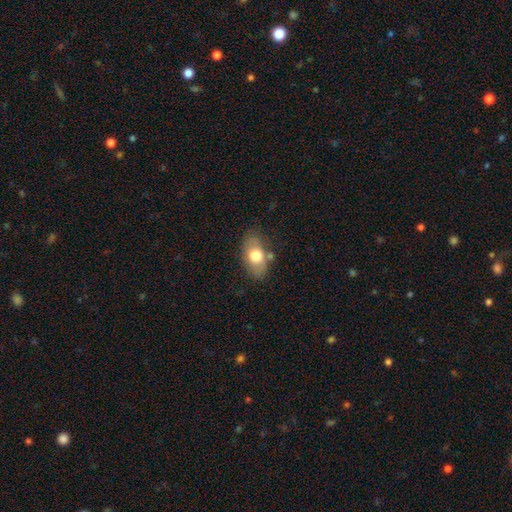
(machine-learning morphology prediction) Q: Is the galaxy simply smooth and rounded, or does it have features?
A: smooth — 71%.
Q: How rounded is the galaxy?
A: in between — 89%.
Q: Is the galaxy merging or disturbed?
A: none — 70%.